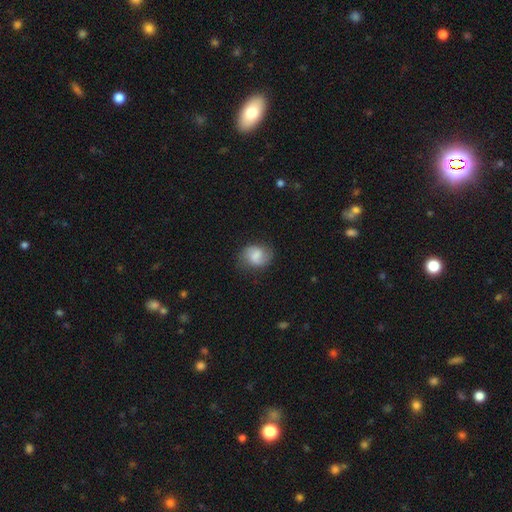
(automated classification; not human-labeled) A smooth galaxy with no disk features (50%).

Vote fractions:
- Smooth or featured? smooth: 50% / featured or disk: 42% / star or artifact: 8%
- Merging? none: 74% / minor disturbance: 18% / major disturbance: 6% / merger: 1%